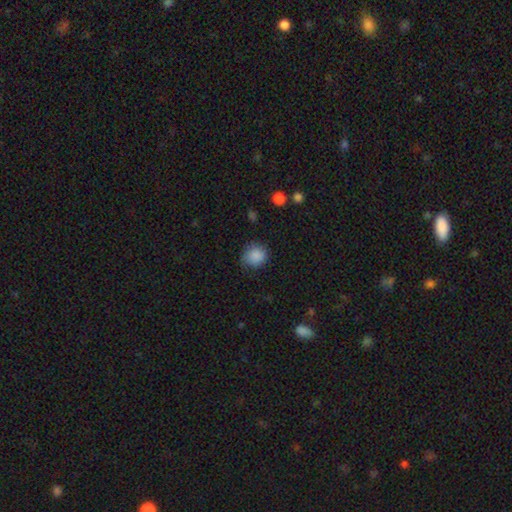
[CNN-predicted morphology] A smooth galaxy with no disk features (87%) that is round (84%).

Vote fractions:
- Smooth or featured? smooth: 87% / star or artifact: 8% / featured or disk: 5%
- How rounded? round: 84% / in between: 15% / cigar-shaped: 1%
- Merging? none: 70% / minor disturbance: 23% / major disturbance: 6% / merger: 1%